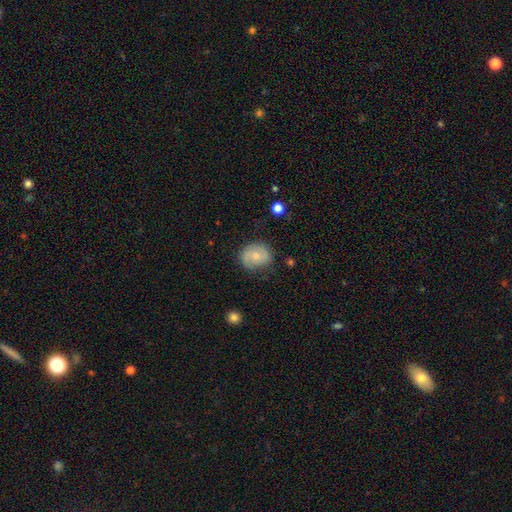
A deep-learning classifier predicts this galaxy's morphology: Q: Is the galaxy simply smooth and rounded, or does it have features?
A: smooth — 52%.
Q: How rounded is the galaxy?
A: round — 67%.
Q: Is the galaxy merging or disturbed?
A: none — 71%.